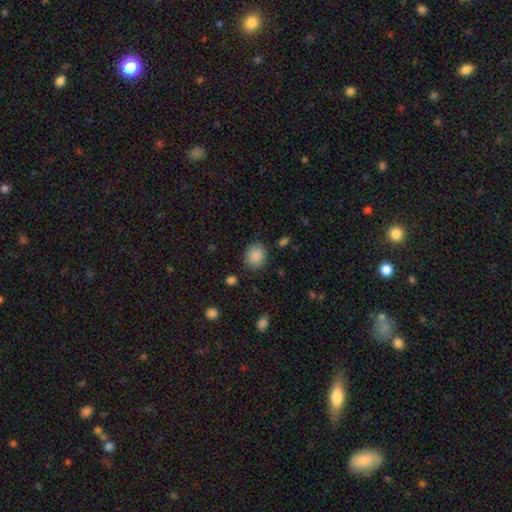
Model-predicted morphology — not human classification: smooth-or-featured: smooth: 88% | star or artifact: 8% | featured or disk: 4%
  how-rounded: round: 70% | in between: 29% | cigar-shaped: 1%
  merging: none: 84% | minor disturbance: 11% | major disturbance: 3% | merger: 2%